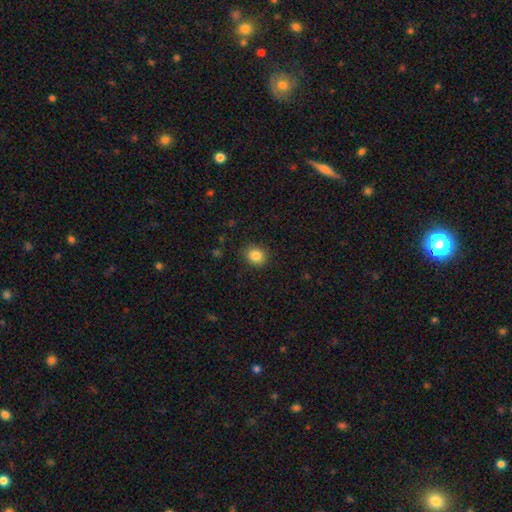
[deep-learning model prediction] This is clearly a smooth galaxy (85%). How rounded: likely round (74%). Merging: clearly none (88%).